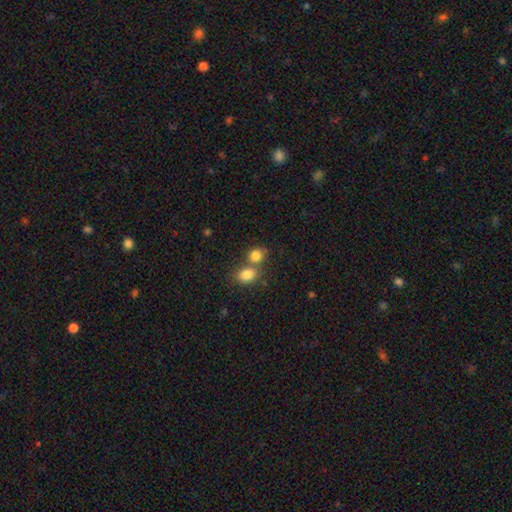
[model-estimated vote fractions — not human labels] Smooth or featured: smooth — 82% (star or artifact — 10%)
How rounded: round — 62% (in between — 37%)
Merging: none — 44% (tied with merger — 44%)